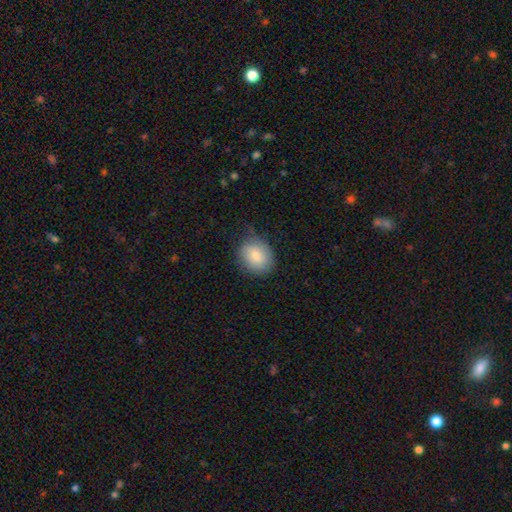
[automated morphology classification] Q: Smooth or featured?
A: smooth (81%); runner-up: featured or disk (11%)
Q: How rounded?
A: round (60%); runner-up: in between (39%)
Q: Merging?
A: none (69%); runner-up: minor disturbance (24%)